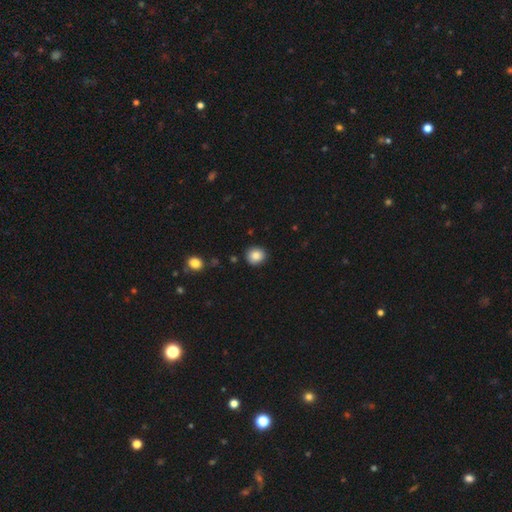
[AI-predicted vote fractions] smooth-or-featured: smooth: 86% | star or artifact: 9% | featured or disk: 5%
  how-rounded: round: 85% | in between: 14% | cigar-shaped: 1%
  merging: none: 89% | minor disturbance: 7% | major disturbance: 2% | merger: 1%